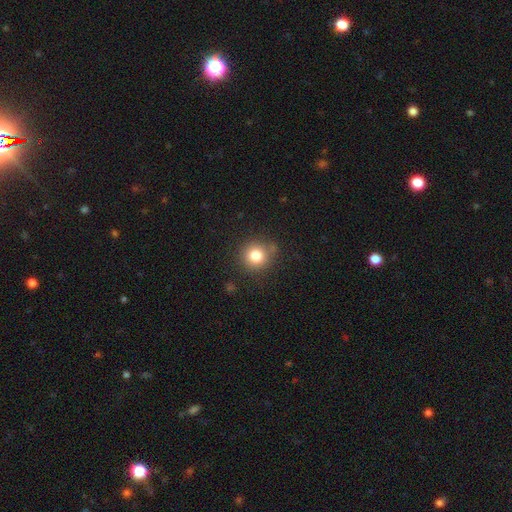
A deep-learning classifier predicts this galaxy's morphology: Smooth or featured: smooth — 81% (star or artifact — 12%)
How rounded: round — 91% (in between — 8%)
Merging: none — 81% (minor disturbance — 13%)